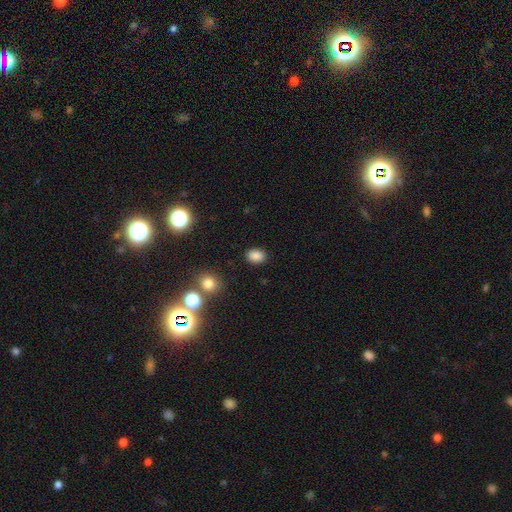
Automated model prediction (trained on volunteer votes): A smooth galaxy with no disk features (85%) that is in between round and cigar-shaped (72%). Merging: none (87%).